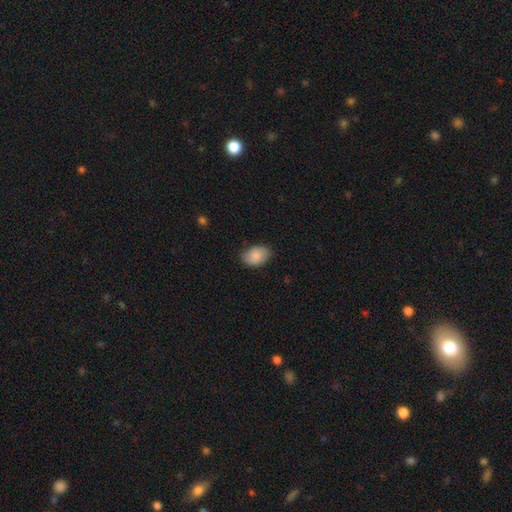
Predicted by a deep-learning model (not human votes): Smooth or featured? Predicted: smooth (p=0.83). How rounded? Predicted: in between (p=0.83). Merging? Predicted: none (p=0.75).